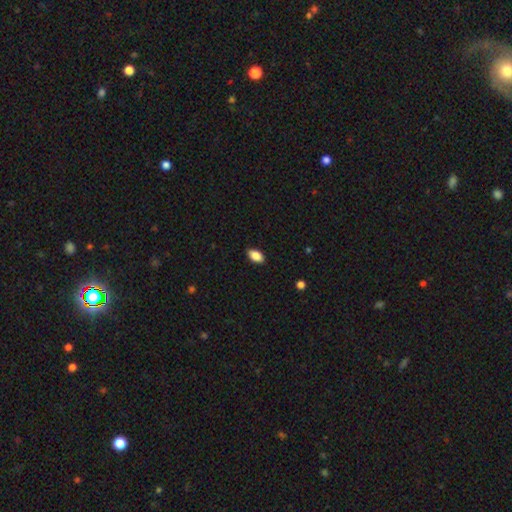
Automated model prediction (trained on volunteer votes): The model was most divided on "merging": none: 87%, minor disturbance: 10%, major disturbance: 2%, merger: 1%. More confident: how rounded — in between (92%); smooth or featured — smooth (87%).